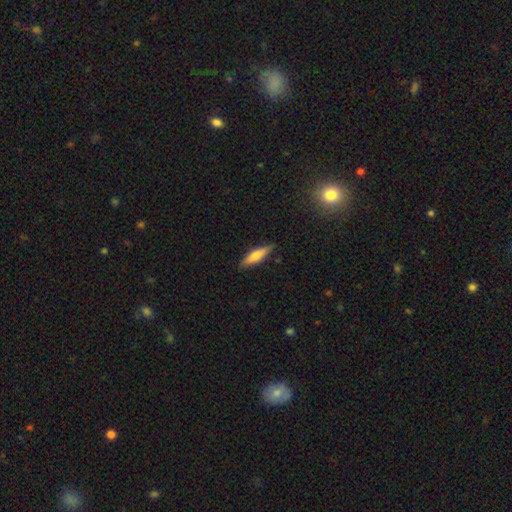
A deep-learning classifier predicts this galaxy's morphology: Smooth or featured? Predicted: smooth (p=0.69). How rounded? Predicted: cigar-shaped (p=0.70). Merging? Predicted: none (p=0.87).